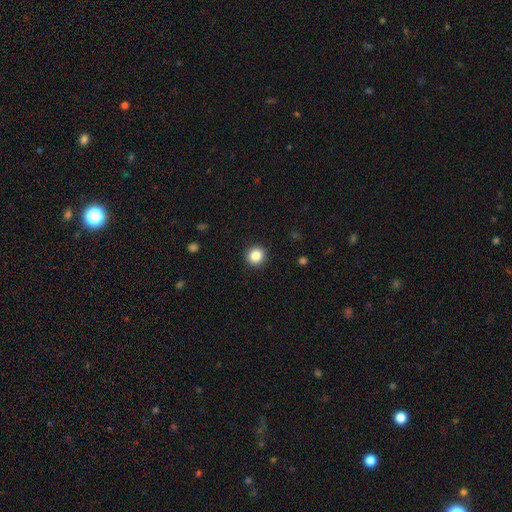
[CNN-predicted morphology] Smooth or featured: smooth — 86% (star or artifact — 10%)
How rounded: round — 91% (in between — 8%)
Merging: none — 92% (minor disturbance — 5%)